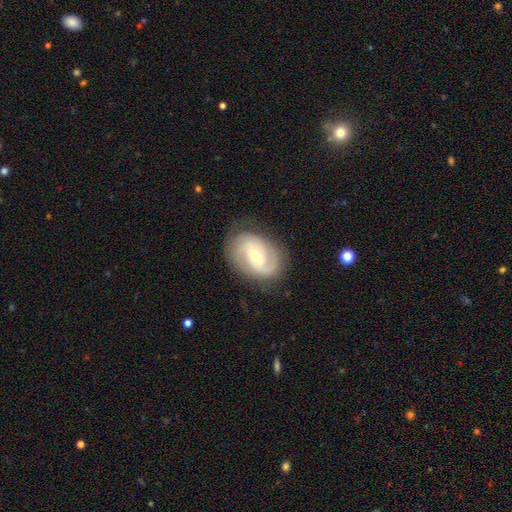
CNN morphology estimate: Smooth or featured? featured or disk (82%)
Edge-on disk? no (97%)
Bar? weak (56%)
Spiral arms? yes (95%)
Spiral winding? medium (42%)
Spiral arm count? 2 (66%)
Bulge size? moderate (55%)
Merging? none (77%)